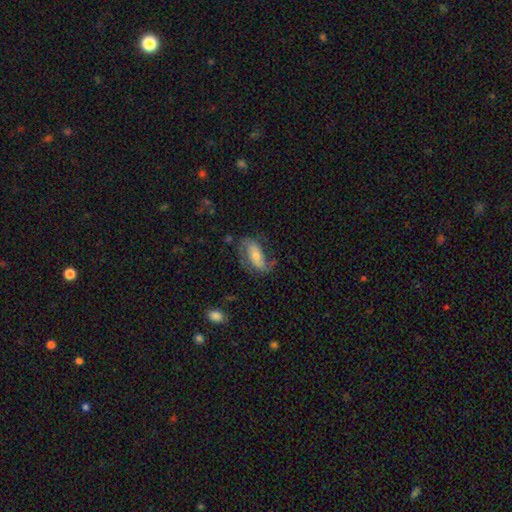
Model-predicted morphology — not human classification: Smooth or featured? featured or disk (62%)
Edge-on disk? no (91%)
Bar? no (42%)
Spiral arms? yes (86%)
Bulge size? moderate (47%)
Merging? none (62%)